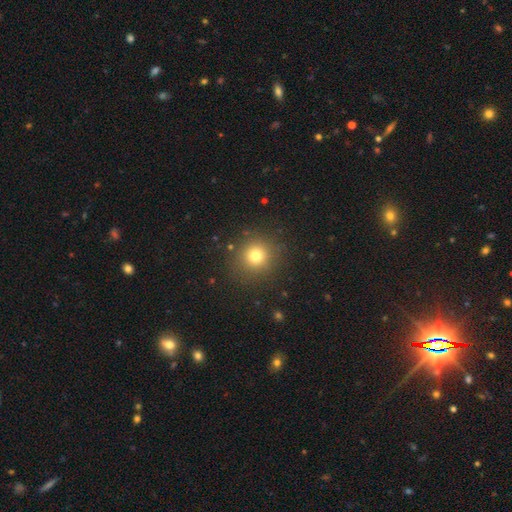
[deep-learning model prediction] Smooth or featured: smooth — 75% (star or artifact — 16%)
How rounded: round — 92% (in between — 8%)
Merging: none — 87% (minor disturbance — 8%)